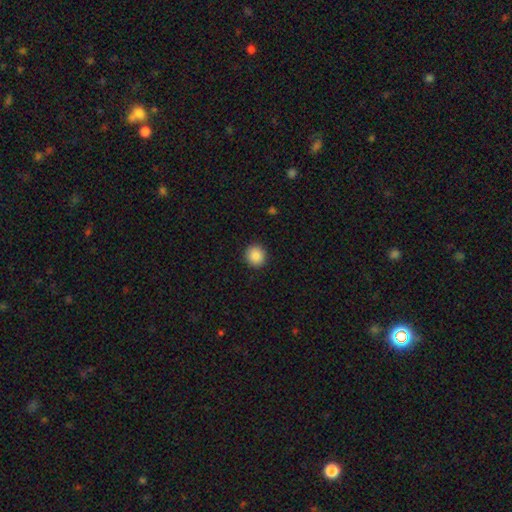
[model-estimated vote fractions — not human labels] Smooth or featured? Predicted: smooth (p=0.87). How rounded? Predicted: round (p=0.93). Merging? Predicted: none (p=0.92).